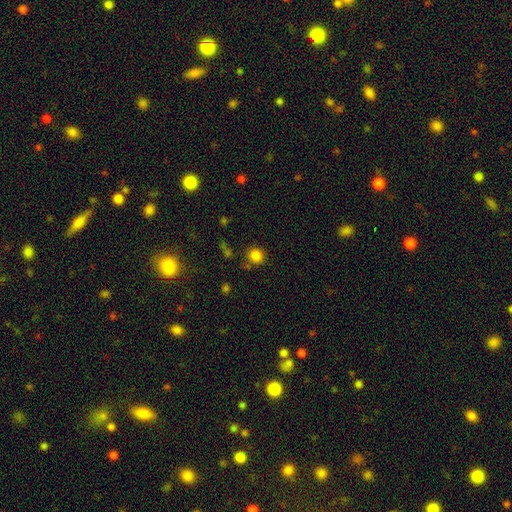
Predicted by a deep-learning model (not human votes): Smooth or featured? smooth (82%)
How rounded? round (86%)
Merging? none (77%)